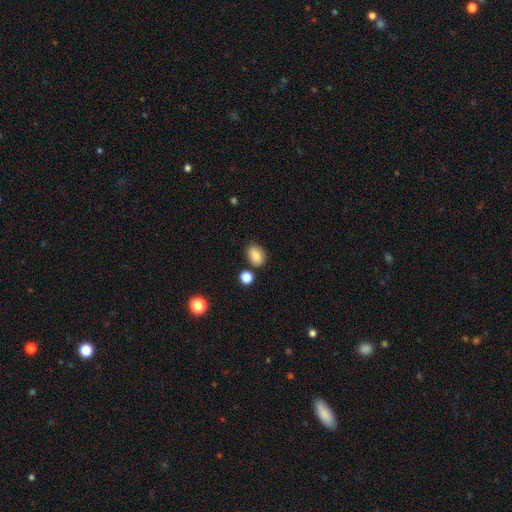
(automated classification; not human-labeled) Smooth or featured? Predicted: smooth (p=0.85). How rounded? Predicted: in between (p=0.77). Merging? Predicted: none (p=0.79).